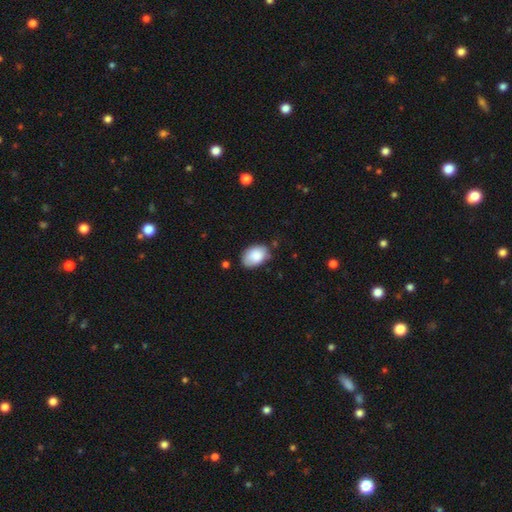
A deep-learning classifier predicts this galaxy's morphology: smooth-or-featured: smooth: 86% | featured or disk: 7% | star or artifact: 7%
  how-rounded: in between: 87% | round: 12% | cigar-shaped: 1%
  merging: none: 71% | minor disturbance: 23% | major disturbance: 4% | merger: 2%